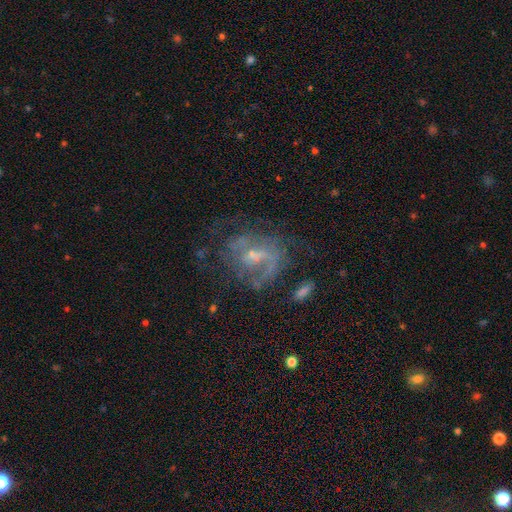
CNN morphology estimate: The model was most divided on "bar": weak: 45%, no: 44%, strong: 11%. Remaining: edge-on disk — no (97%); spiral arms — yes (76%); smooth or featured — featured or disk (74%); bulge size — small (59%); merging — none (50%); spiral winding — medium (42%); spiral arm count — 2 (35%).